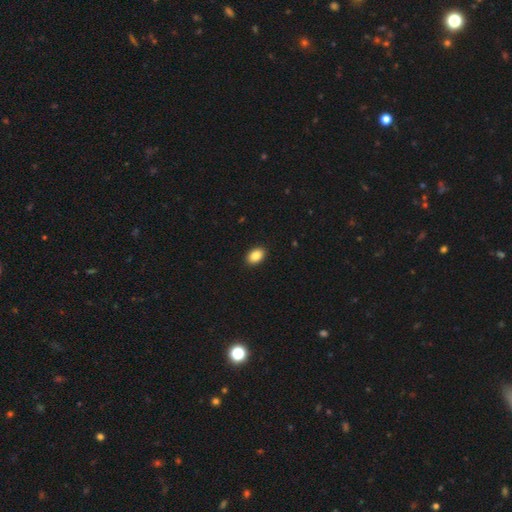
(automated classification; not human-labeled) The model was most divided on "how rounded": in between: 82%, round: 17%, cigar-shaped: 1%. More confident: merging — none (91%); smooth or featured — smooth (89%).